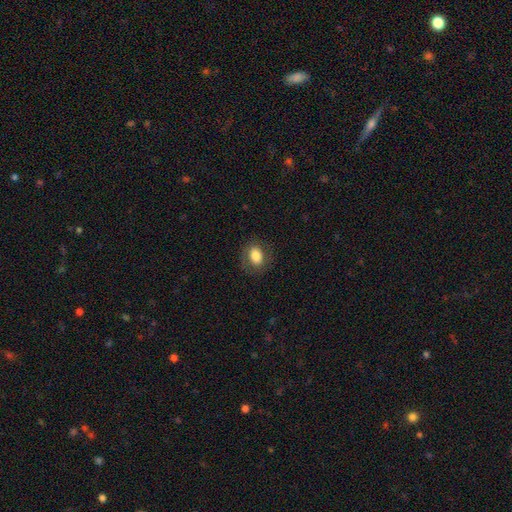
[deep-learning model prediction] This is likely a smooth galaxy (79%). How rounded: likely in between (69%). Merging: clearly none (80%).